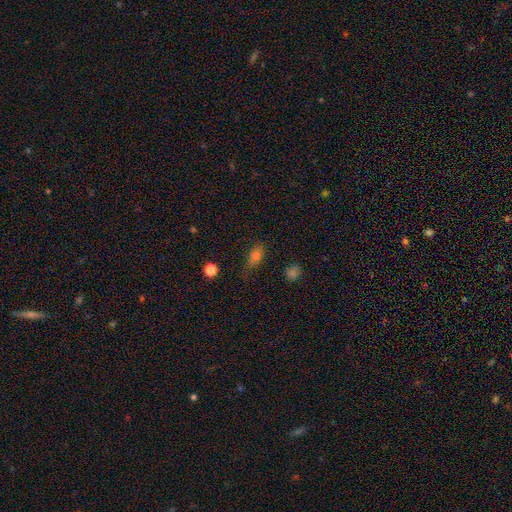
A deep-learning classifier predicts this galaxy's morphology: This appears to be a smooth galaxy with no disk features (74%) that is in between round and cigar-shaped (75%). Merging: none (65%).